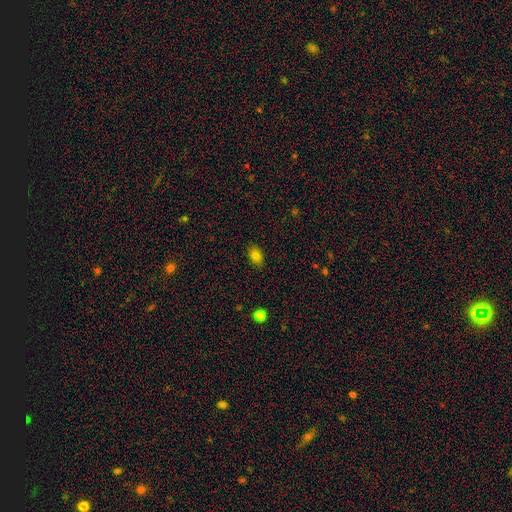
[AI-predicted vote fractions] Smooth or featured?
  - smooth: 80% *
  - star or artifact: 12%
  - featured or disk: 8%
How rounded?
  - in between: 77% *
  - round: 21%
  - cigar-shaped: 1%
Merging?
  - none: 86% *
  - minor disturbance: 11%
  - major disturbance: 2%
  - merger: 1%